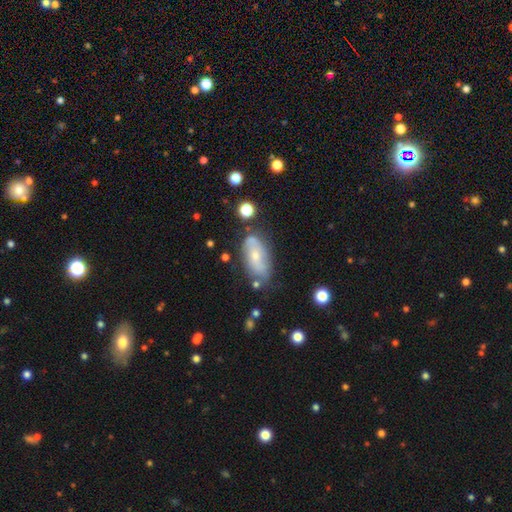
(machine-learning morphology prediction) Smooth or featured? Predicted: featured or disk (p=0.53). Edge-on disk? Predicted: no (p=0.89). Merging? Predicted: none (p=0.66).